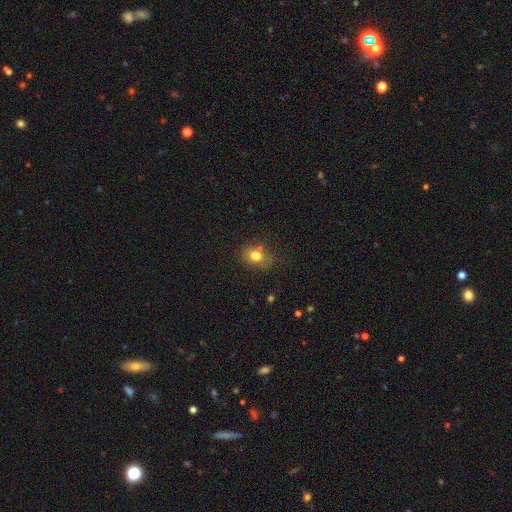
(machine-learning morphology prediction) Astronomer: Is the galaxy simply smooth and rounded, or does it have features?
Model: smooth — 77%.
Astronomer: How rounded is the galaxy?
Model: in between — 56% (runner-up: round, 42%).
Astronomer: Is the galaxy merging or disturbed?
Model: none — 63%.